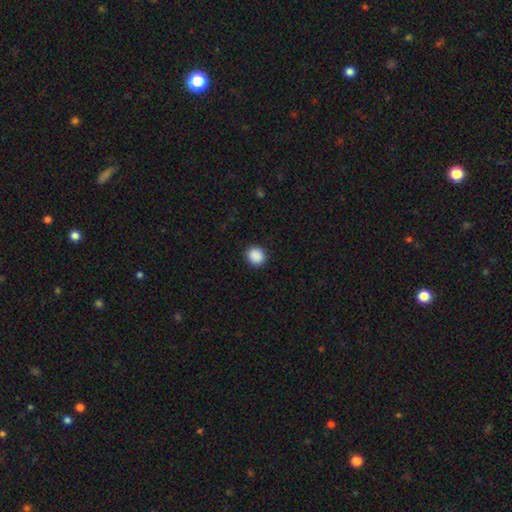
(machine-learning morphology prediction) smooth 89%, star or artifact 9%, featured or disk 2%. Down the decision tree: how rounded — round (84%); merging — none (91%).